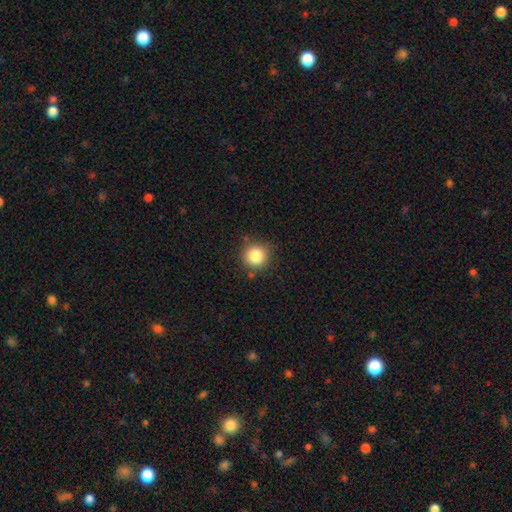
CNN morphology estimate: Smooth or featured? smooth (83%)
How rounded? round (93%)
Merging? none (84%)